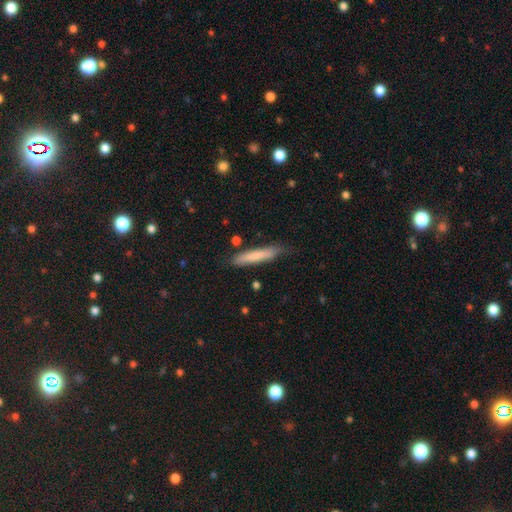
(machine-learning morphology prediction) Overall: smooth (75%). How rounded: cigar-shaped (91%). Merging: none (77%).